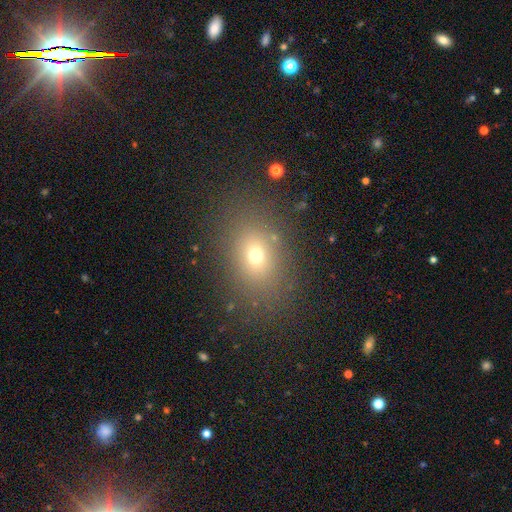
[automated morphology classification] smooth_or_featured: smooth (p=0.67) [alt: star or artifact p=0.20]
how_rounded: in between (p=0.64) [alt: round p=0.34]
merging: none (p=0.83) [alt: minor disturbance p=0.10]